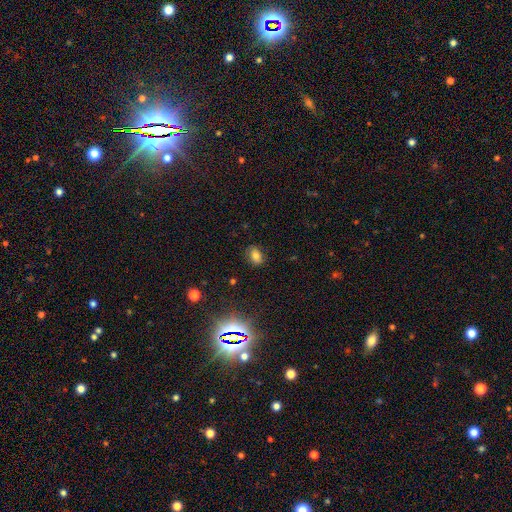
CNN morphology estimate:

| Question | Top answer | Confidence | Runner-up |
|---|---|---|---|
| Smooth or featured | smooth | 73% | star or artifact (18%) |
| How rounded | in between | 71% | round (27%) |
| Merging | none | 84% | minor disturbance (11%) |